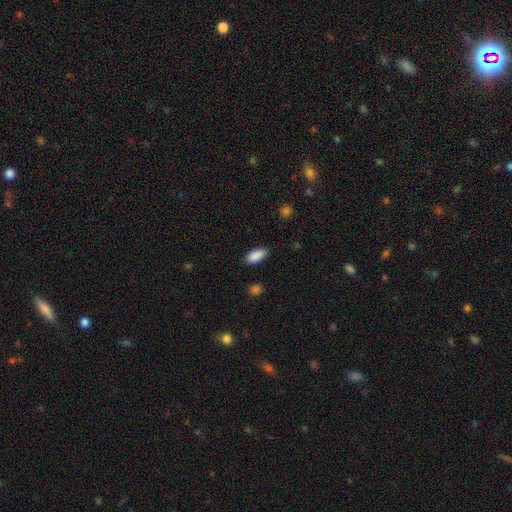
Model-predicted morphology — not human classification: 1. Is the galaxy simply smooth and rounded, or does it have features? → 89% smooth, 7% star or artifact, 4% featured or disk.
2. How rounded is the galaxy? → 87% in between, 10% cigar-shaped, 2% round.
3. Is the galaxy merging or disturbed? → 86% none, 10% minor disturbance, 2% major disturbance, 1% merger.